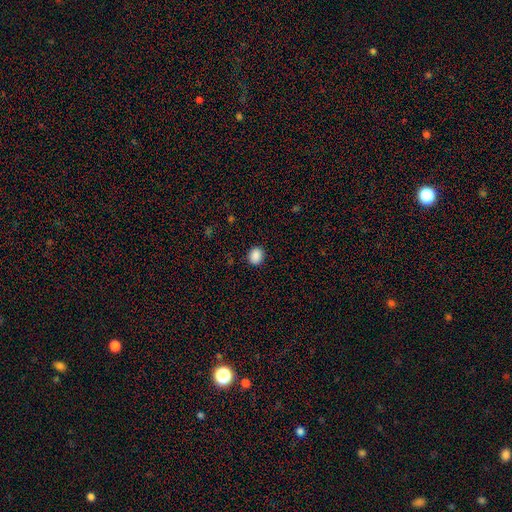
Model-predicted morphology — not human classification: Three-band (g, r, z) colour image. It shows a smooth galaxy with no disk features (89%) that is round (59%). Merging: none (89%).